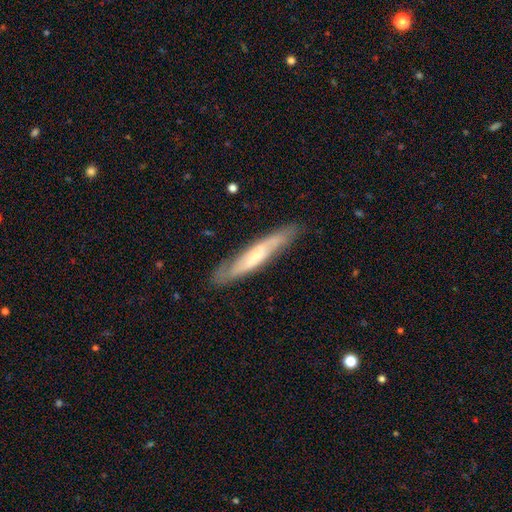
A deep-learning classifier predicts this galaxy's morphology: A featured or disk galaxy (56%) viewed edge-on (56%). Merging: none (82%).